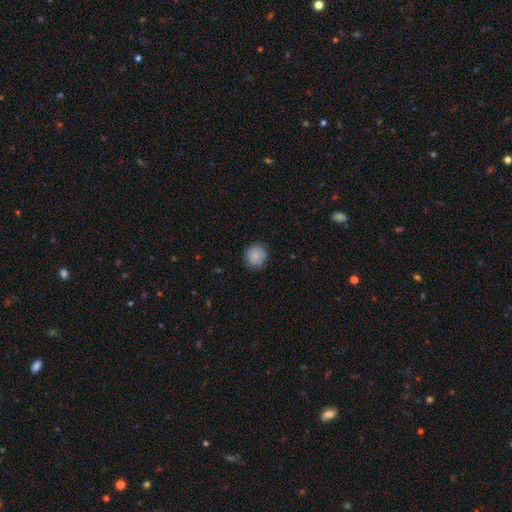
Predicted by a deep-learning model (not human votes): Smooth or featured? Predicted: smooth (p=0.88). How rounded? Predicted: round (p=0.88). Merging? Predicted: none (p=0.88).